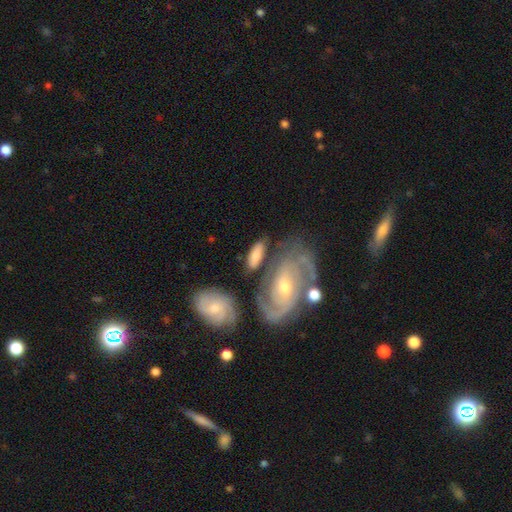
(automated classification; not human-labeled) Q: Smooth or featured?
A: smooth (58%); runner-up: featured or disk (36%)
Q: How rounded?
A: in between (78%); runner-up: cigar-shaped (17%)
Q: Merging?
A: none (55%); runner-up: minor disturbance (20%)